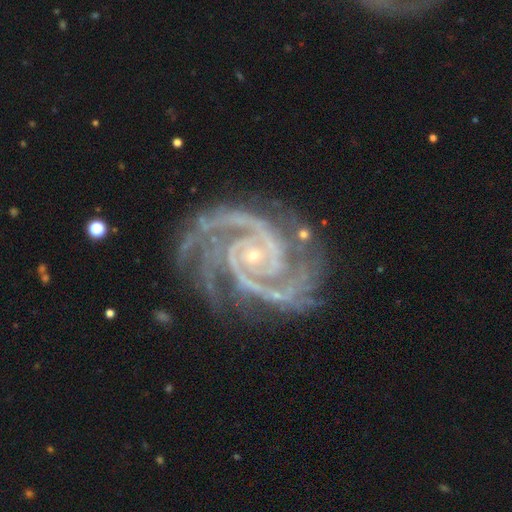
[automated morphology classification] smooth-or-featured: featured or disk: 94% | star or artifact: 5% | smooth: 2%
  disk-edge-on: no: 98% | yes: 2%
    bar: no: 64% | weak: 23% | strong: 14%
    has-spiral-arms: yes: 99% | no: 1%
      spiral-winding: tight: 62% | medium: 34% | loose: 4%
      spiral-arm-count: 2: 50% | 3: 22% | 4: 9% | can't tell: 7% | more than 4: 6% | 1: 6%
    bulge-size: small: 81% | moderate: 15% | none: 2% | large: 1% | dominant: 1%
  merging: none: 71% | minor disturbance: 18% | major disturbance: 8% | merger: 2%